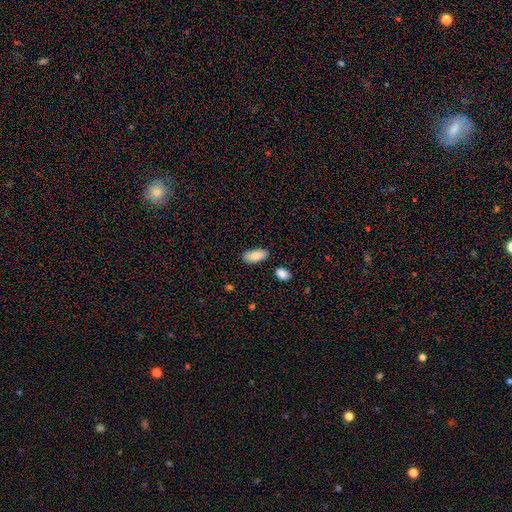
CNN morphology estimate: This appears to be a smooth galaxy with no disk features (87%) that is in between round and cigar-shaped (91%). Merging: none (83%).